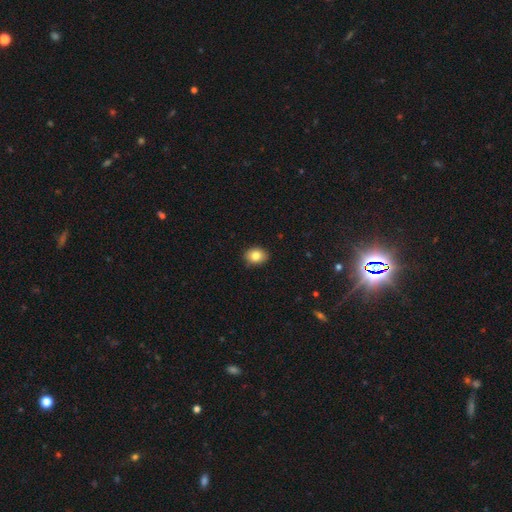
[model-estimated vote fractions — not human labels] This is clearly a smooth galaxy (82%). How rounded: possibly in between (56%). Merging: clearly none (87%).